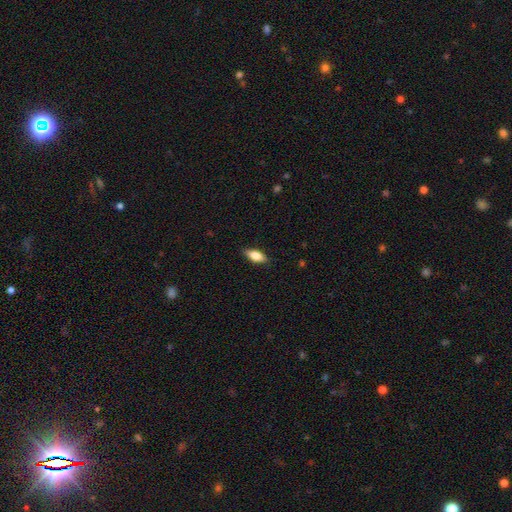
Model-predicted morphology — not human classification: Smooth or featured: smooth — 75% (featured or disk — 18%)
How rounded: in between — 81% (cigar-shaped — 16%)
Merging: none — 85% (minor disturbance — 12%)